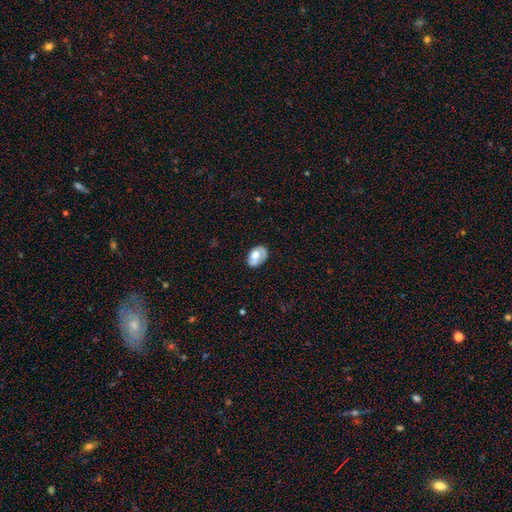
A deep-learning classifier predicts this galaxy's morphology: Smooth or featured? smooth (66%)
How rounded? in between (82%)
Merging? none (54%)